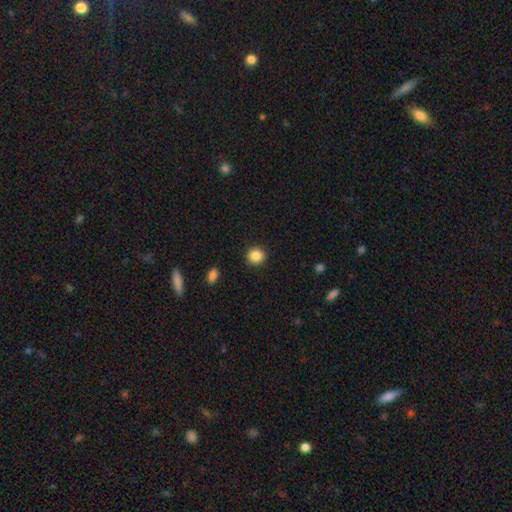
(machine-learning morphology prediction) Smooth or featured: smooth — 87% (star or artifact — 10%)
How rounded: round — 89% (in between — 10%)
Merging: none — 91% (minor disturbance — 6%)